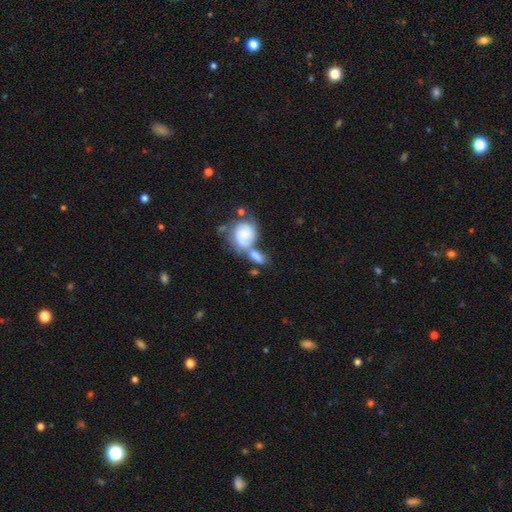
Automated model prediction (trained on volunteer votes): A smooth galaxy with no disk features (58%) that is in between round and cigar-shaped (69%).

Vote fractions:
- Smooth or featured? smooth: 58% / featured or disk: 34% / star or artifact: 8%
- How rounded? in between: 69% / round: 25% / cigar-shaped: 5%
- Merging? merger: 58% / none: 22% / minor disturbance: 11% / major disturbance: 9%